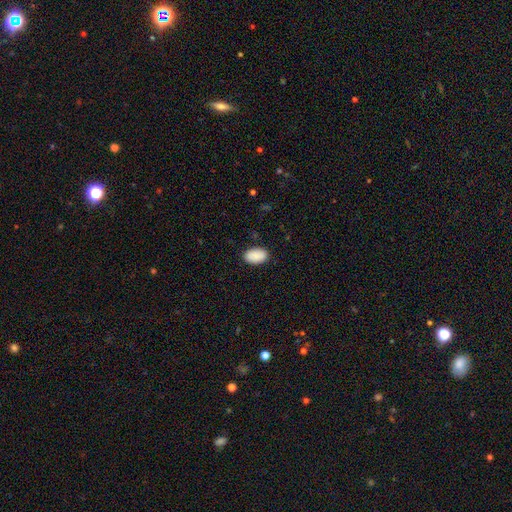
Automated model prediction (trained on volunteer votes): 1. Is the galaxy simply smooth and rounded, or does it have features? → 91% smooth, 6% star or artifact, 3% featured or disk.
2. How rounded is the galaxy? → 94% in between, 5% round, 1% cigar-shaped.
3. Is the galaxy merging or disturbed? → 89% none, 8% minor disturbance, 2% major disturbance, 1% merger.